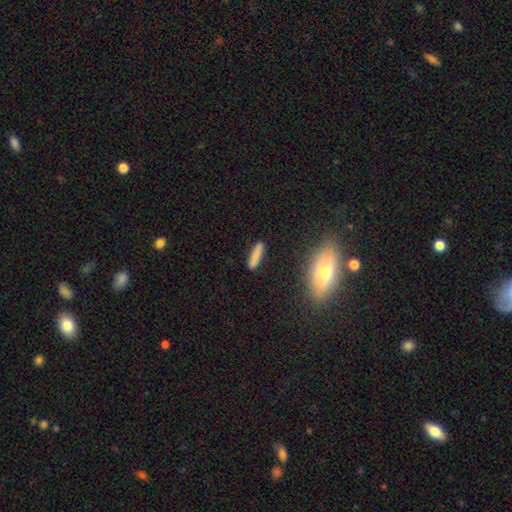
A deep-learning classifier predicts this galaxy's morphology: This appears to be a smooth galaxy with no disk features (82%) that is cigar-shaped (83%). Merging: none (86%).